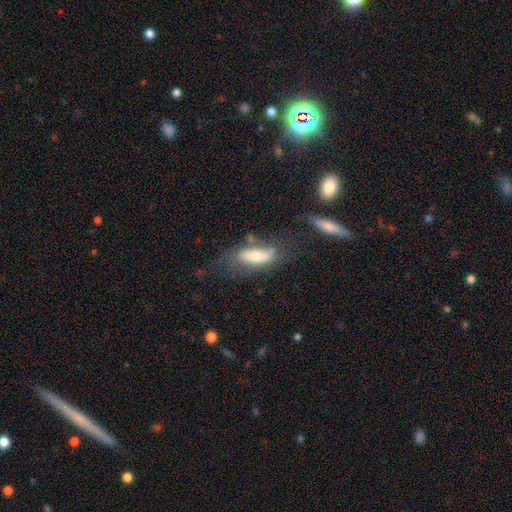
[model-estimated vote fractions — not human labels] Smooth or featured?
  - smooth: 59% *
  - featured or disk: 33%
  - star or artifact: 8%
How rounded?
  - in between: 66% *
  - cigar-shaped: 32%
  - round: 3%
Merging?
  - none: 49% *
  - minor disturbance: 24%
  - major disturbance: 16%
  - merger: 11%